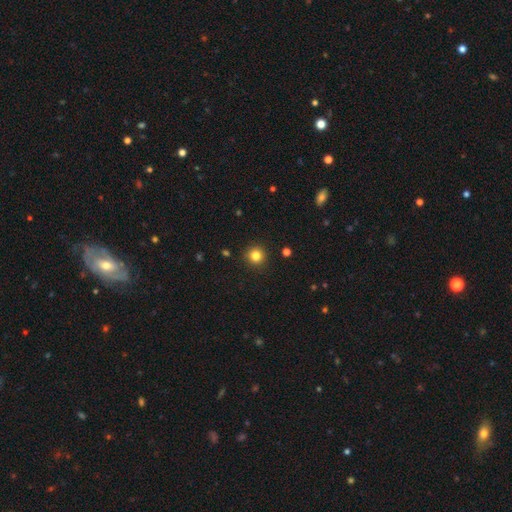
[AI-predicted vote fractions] Q: Smooth or featured?
A: smooth (82%); runner-up: star or artifact (12%)
Q: How rounded?
A: round (95%); runner-up: in between (4%)
Q: Merging?
A: none (92%); runner-up: minor disturbance (5%)